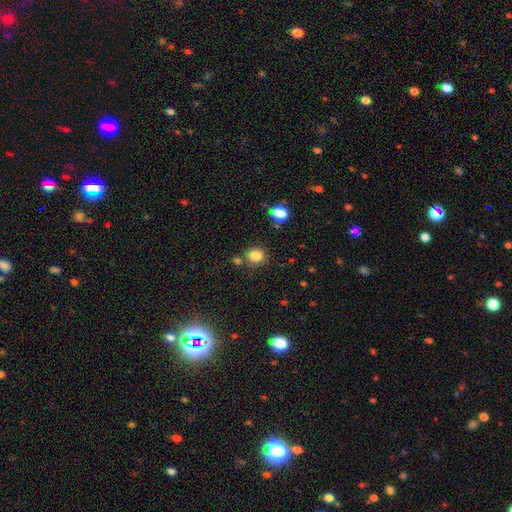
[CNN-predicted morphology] Smooth or featured?
  - smooth: 85% *
  - star or artifact: 11%
  - featured or disk: 4%
How rounded?
  - round: 78% *
  - in between: 21%
  - cigar-shaped: 1%
Merging?
  - none: 77% *
  - minor disturbance: 11%
  - merger: 9%
  - major disturbance: 4%